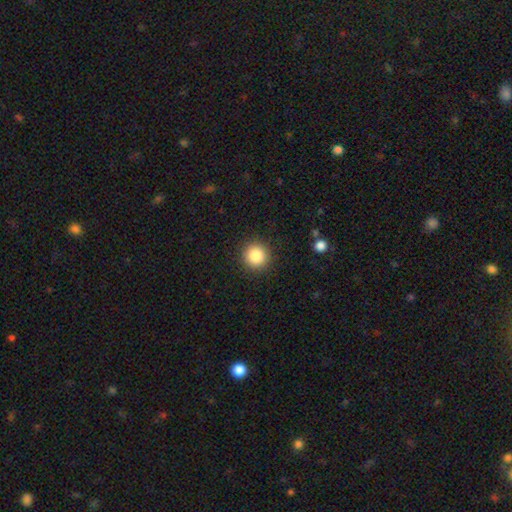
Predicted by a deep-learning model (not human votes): Overall: smooth (85%). How rounded: round (94%). Merging: none (91%).